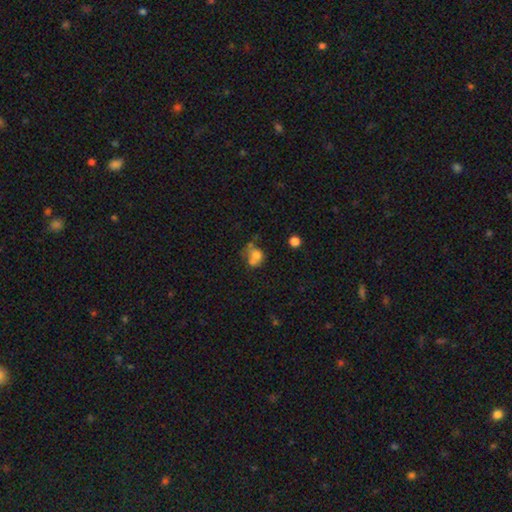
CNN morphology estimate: A smooth galaxy with no disk features (67%) that is round (62%).

Vote fractions:
- Smooth or featured? smooth: 67% / featured or disk: 20% / star or artifact: 13%
- How rounded? round: 62% / in between: 37% / cigar-shaped: 1%
- Merging? merger: 40% / none: 30% / minor disturbance: 16% / major disturbance: 14%